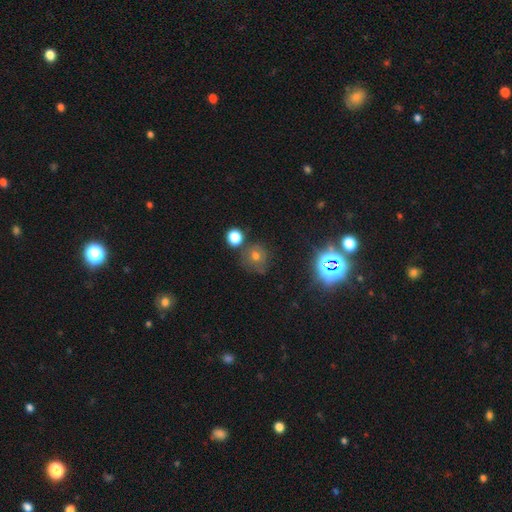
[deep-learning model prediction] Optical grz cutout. It shows a smooth galaxy with no disk features (51%) that is round (86%). Merging: none (71%).